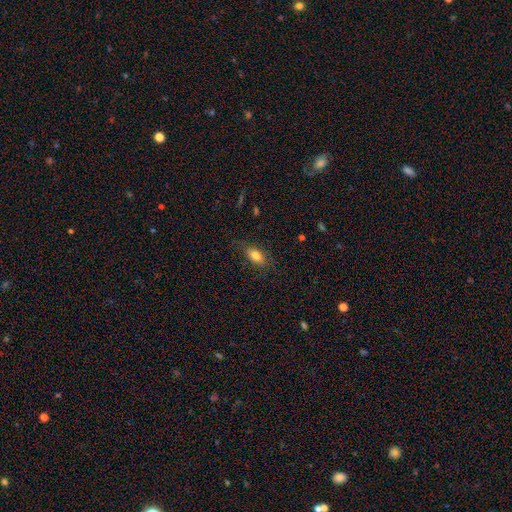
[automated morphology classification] Smooth or featured?
  - smooth: 78% *
  - featured or disk: 14%
  - star or artifact: 8%
How rounded?
  - in between: 84% *
  - cigar-shaped: 10%
  - round: 6%
Merging?
  - none: 76% *
  - minor disturbance: 17%
  - major disturbance: 6%
  - merger: 1%